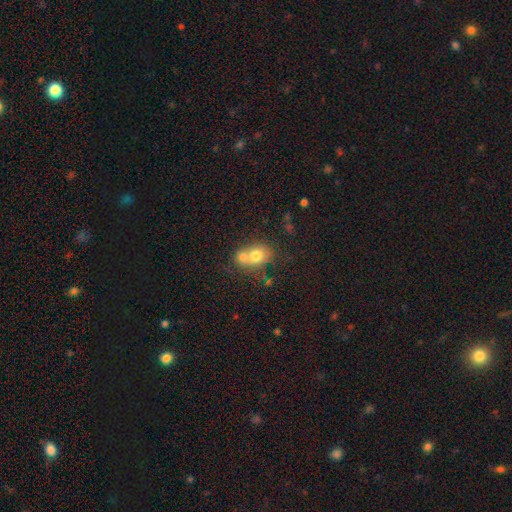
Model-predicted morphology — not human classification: Smooth or featured? smooth (71%)
How rounded? in between (54%)
Merging? merger (56%)